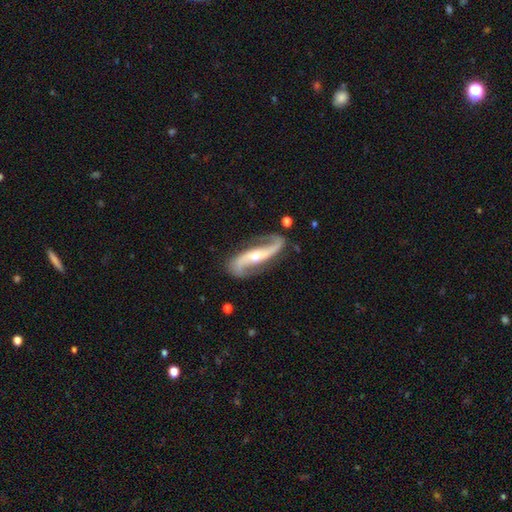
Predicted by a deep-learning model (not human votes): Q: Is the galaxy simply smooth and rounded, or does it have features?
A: featured or disk — 90%.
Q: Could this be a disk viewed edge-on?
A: no — 93%.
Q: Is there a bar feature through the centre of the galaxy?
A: strong — 35%, tied with no.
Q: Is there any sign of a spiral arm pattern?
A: yes — 98%.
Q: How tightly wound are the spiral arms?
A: loose — 60%.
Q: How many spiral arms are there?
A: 2 — 94%.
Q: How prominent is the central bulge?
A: moderate — 49%.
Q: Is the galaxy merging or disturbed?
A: none — 79%.